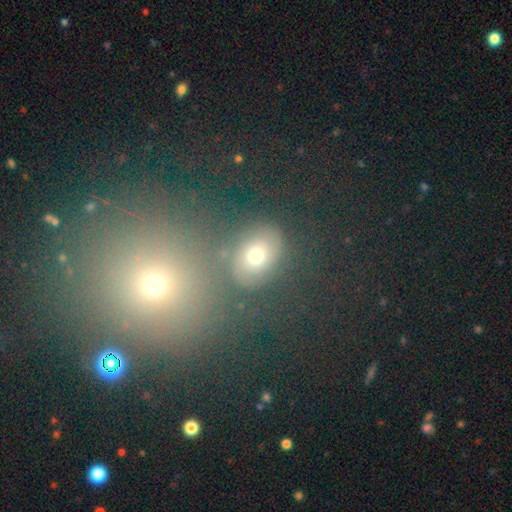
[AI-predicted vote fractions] Overall: smooth (55%; featured or disk 24%). How rounded: in between (54%; round 45%). Merging: none (77%).